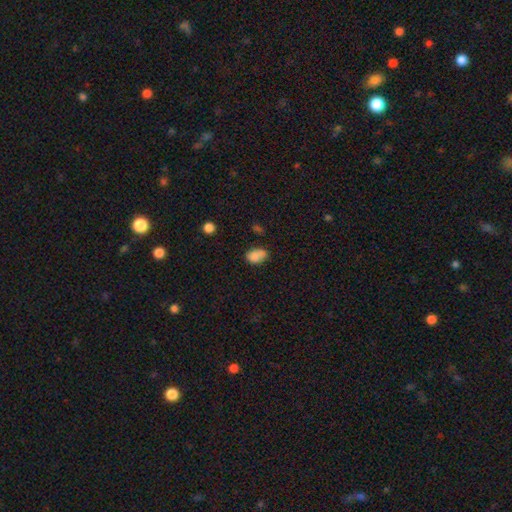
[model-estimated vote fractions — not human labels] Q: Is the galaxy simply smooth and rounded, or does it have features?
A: smooth — 84%.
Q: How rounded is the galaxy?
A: in between — 85%.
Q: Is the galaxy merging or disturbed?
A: none — 56%.